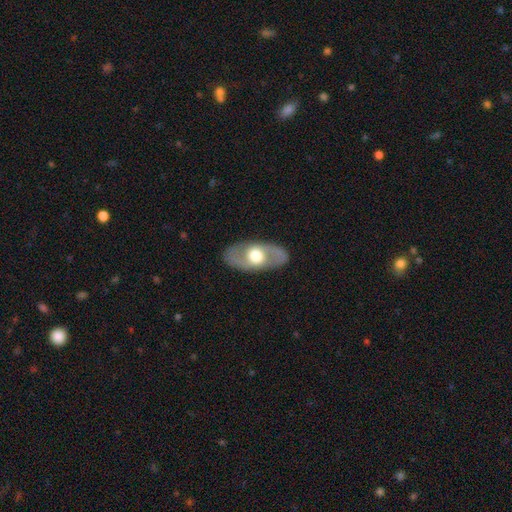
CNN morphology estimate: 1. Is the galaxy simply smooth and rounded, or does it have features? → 64% featured or disk, 31% smooth, 5% star or artifact.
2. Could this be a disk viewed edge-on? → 85% no, 15% yes.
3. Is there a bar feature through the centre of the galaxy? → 75% no, 19% weak, 6% strong.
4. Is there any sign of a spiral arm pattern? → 54% no, 46% yes.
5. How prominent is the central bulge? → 53% moderate, 40% large, 3% small, 3% dominant, 1% none.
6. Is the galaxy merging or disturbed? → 86% none, 9% minor disturbance, 3% major disturbance, 1% merger.